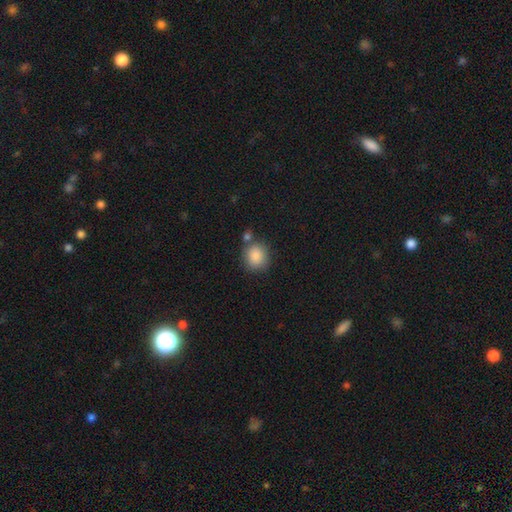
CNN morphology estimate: A smooth galaxy with no disk features (87%) that is round (80%).

Vote fractions:
- Smooth or featured? smooth: 87% / star or artifact: 8% / featured or disk: 5%
- How rounded? round: 80% / in between: 19% / cigar-shaped: 1%
- Merging? none: 68% / merger: 15% / minor disturbance: 13% / major disturbance: 4%